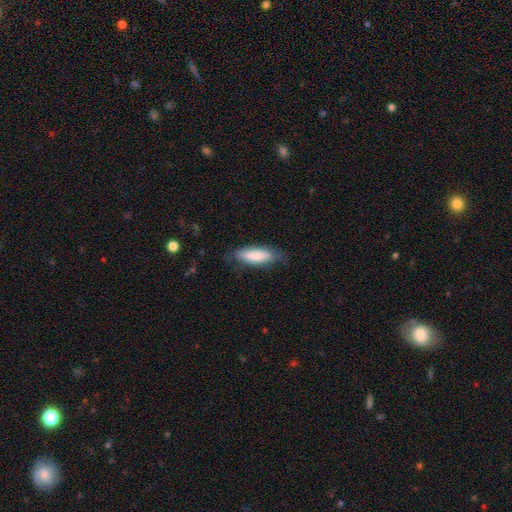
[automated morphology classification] type=smooth (82%); roundness=in between (56%); merging=none (75%).